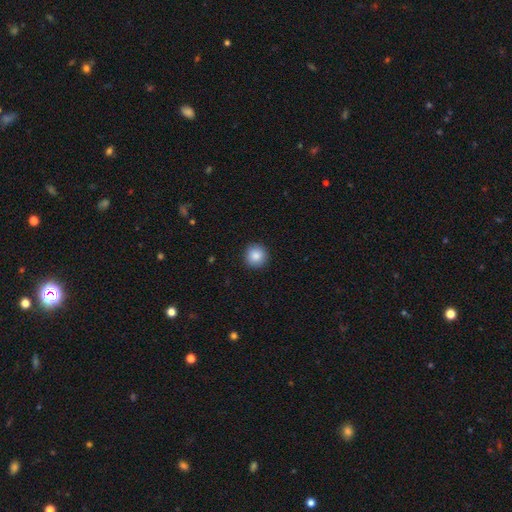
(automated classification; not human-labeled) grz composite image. It shows a smooth galaxy with no disk features (87%) that is round (93%). Merging: none (92%).